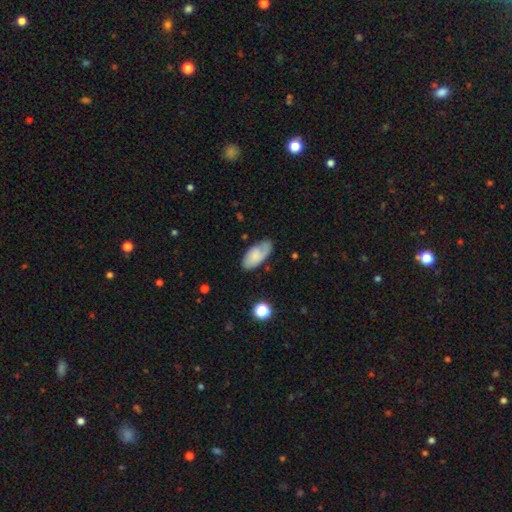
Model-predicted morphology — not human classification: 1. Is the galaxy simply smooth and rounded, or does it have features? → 69% smooth, 24% featured or disk, 7% star or artifact.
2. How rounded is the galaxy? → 92% in between, 5% cigar-shaped, 3% round.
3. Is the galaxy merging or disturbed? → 68% none, 23% minor disturbance, 6% major disturbance, 2% merger.